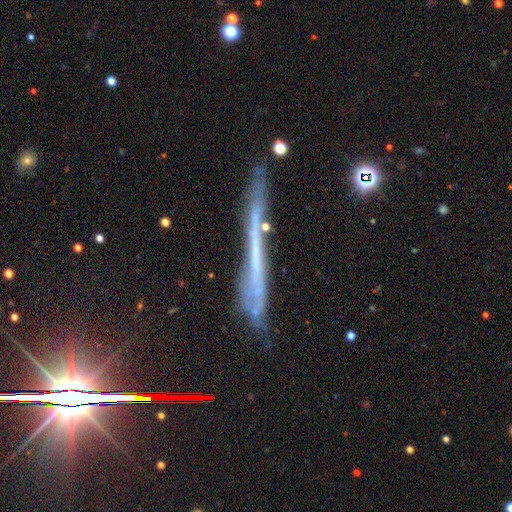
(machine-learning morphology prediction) smooth-or-featured: featured or disk: 57% | smooth: 25% | star or artifact: 18%
  disk-edge-on: yes: 86% | no: 14%
  merging: none: 62% | minor disturbance: 24% | major disturbance: 9% | merger: 6%